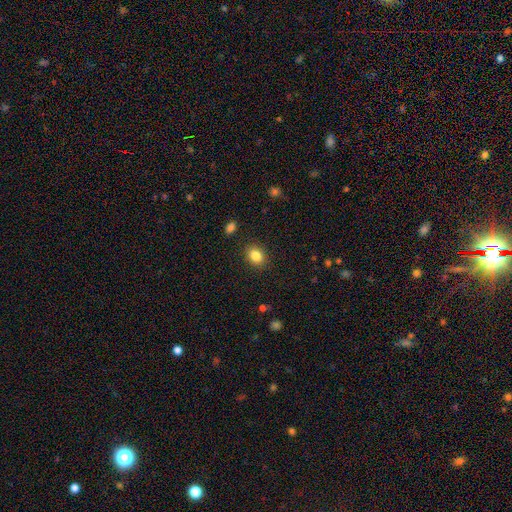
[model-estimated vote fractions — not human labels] Smooth or featured?
  - smooth: 85% *
  - star or artifact: 10%
  - featured or disk: 5%
How rounded?
  - in between: 58% *
  - round: 41%
  - cigar-shaped: 1%
Merging?
  - none: 88% *
  - minor disturbance: 8%
  - major disturbance: 3%
  - merger: 1%